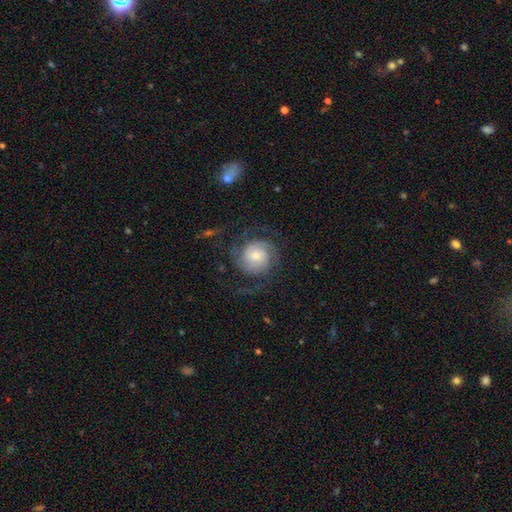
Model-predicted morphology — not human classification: Overall: featured or disk (78%). Edge-on disk: no (98%). Bar: no (69%). Spiral arms: yes (95%). Spiral arm count: 2 (58%). Spiral winding: tight (45%; medium 37%). Bulge size: small (56%; moderate 31%). Merging: none (68%).